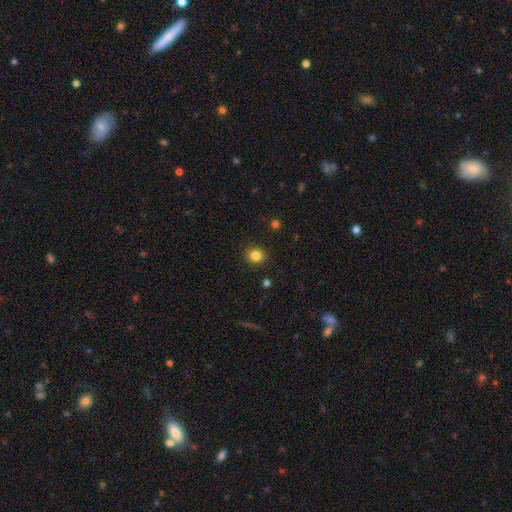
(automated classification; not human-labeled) Smooth or featured?
  - smooth: 83% *
  - star or artifact: 12%
  - featured or disk: 5%
How rounded?
  - round: 81% *
  - in between: 18%
  - cigar-shaped: 1%
Merging?
  - none: 90% *
  - minor disturbance: 7%
  - major disturbance: 2%
  - merger: 1%